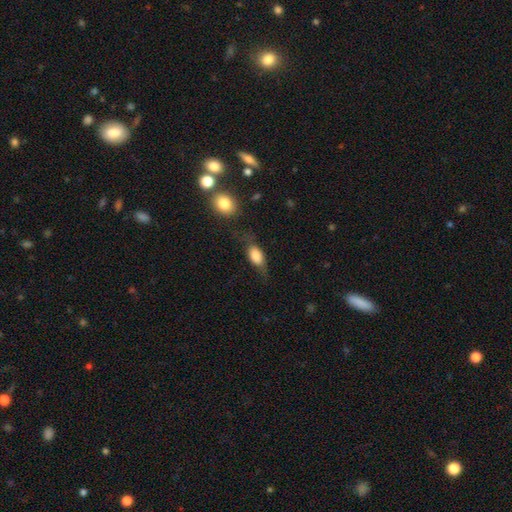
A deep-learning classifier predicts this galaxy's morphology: This is likely a smooth galaxy (73%). How rounded: clearly in between (84%). Merging: possibly none (50%).